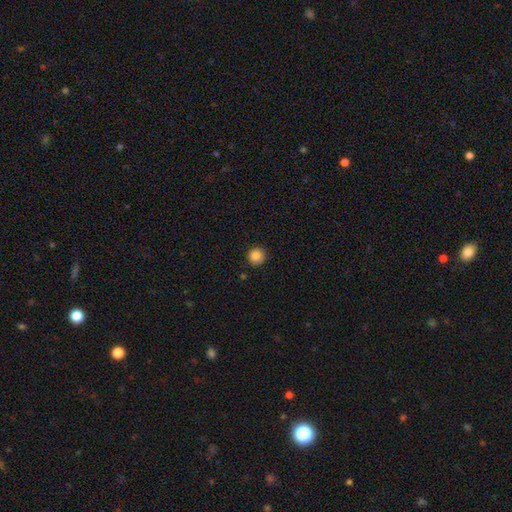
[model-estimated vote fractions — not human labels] The model was most divided on "smooth or featured": smooth: 85%, star or artifact: 10%, featured or disk: 5%. More confident: how rounded — round (95%); merging — none (91%).